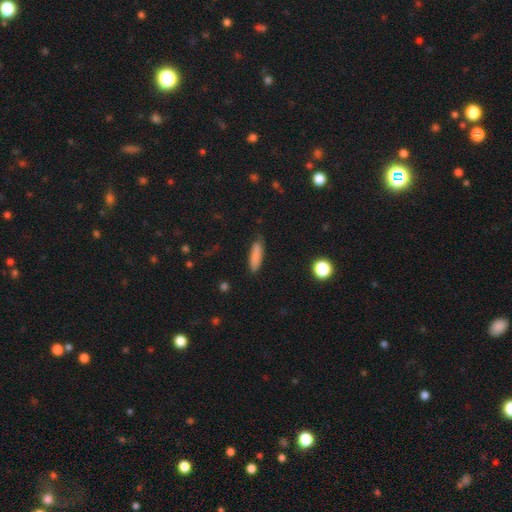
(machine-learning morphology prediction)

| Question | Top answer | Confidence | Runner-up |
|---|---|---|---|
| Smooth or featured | smooth | 83% | featured or disk (9%) |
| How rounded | cigar-shaped | 69% | in between (29%) |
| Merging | none | 81% | minor disturbance (14%) |